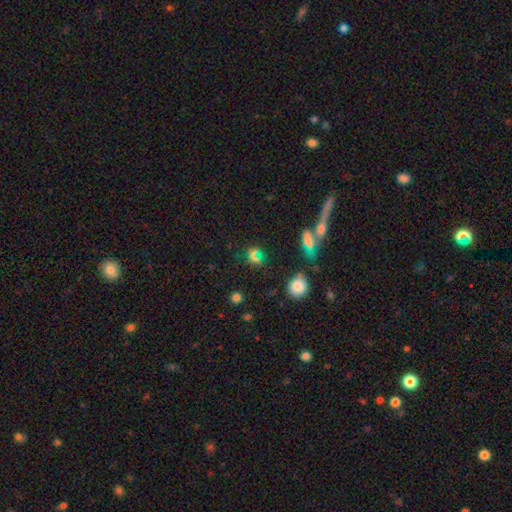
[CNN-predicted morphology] This appears to be a smooth galaxy with no disk features (48%). Merging: none (72%).